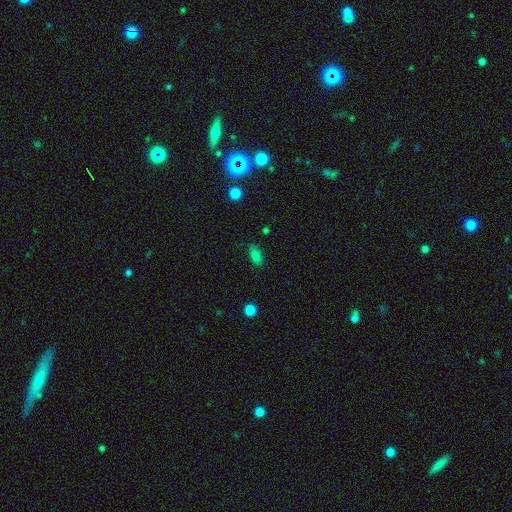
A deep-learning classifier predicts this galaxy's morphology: Smooth or featured? Predicted: smooth (p=0.82). How rounded? Predicted: in between (p=0.87). Merging? Predicted: none (p=0.82).